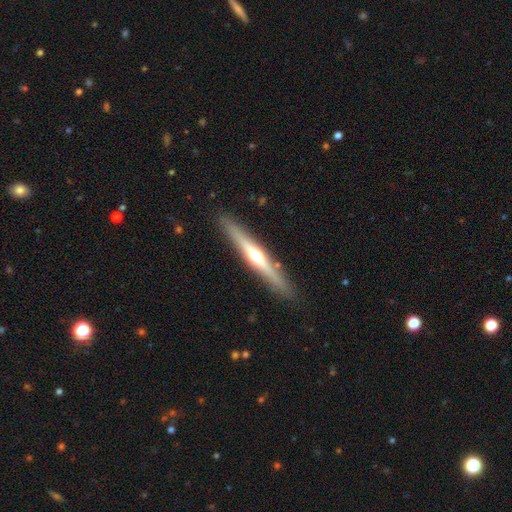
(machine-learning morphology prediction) A featured or disk galaxy (68%) viewed edge-on (96%) with a rounded central bulge (87%). Merging: none (88%).